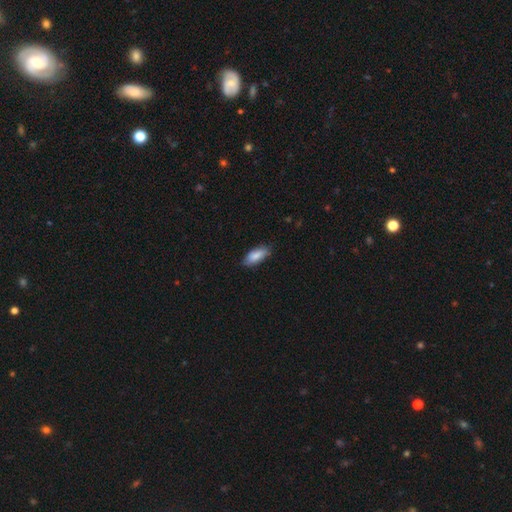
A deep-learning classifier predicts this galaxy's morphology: Smooth or featured?
  - smooth: 82% *
  - featured or disk: 11%
  - star or artifact: 6%
How rounded?
  - in between: 82% *
  - cigar-shaped: 16%
  - round: 2%
Merging?
  - none: 79% *
  - minor disturbance: 17%
  - major disturbance: 3%
  - merger: 1%